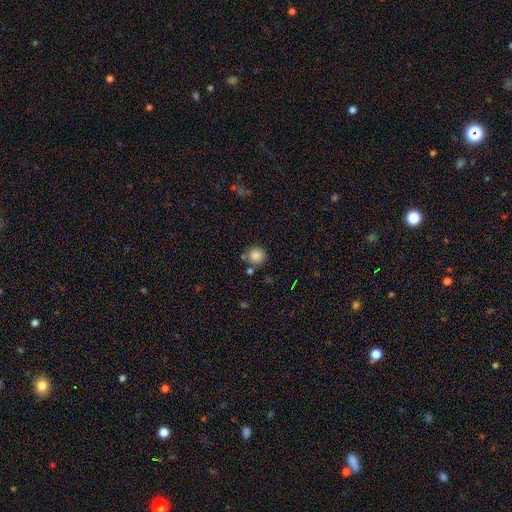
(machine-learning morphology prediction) Smooth or featured? smooth (86%)
How rounded? round (92%)
Merging? none (76%)